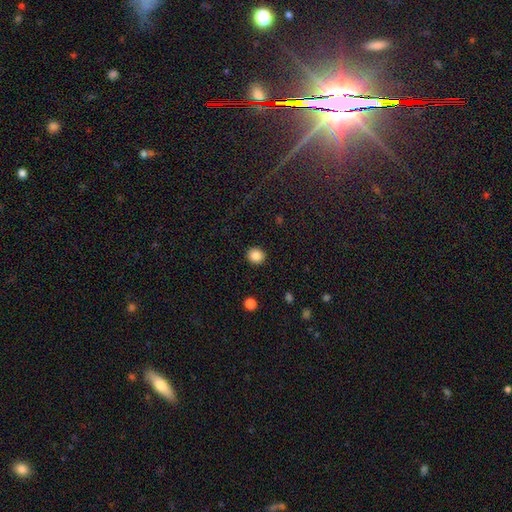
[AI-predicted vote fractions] Overall: smooth (86%). How rounded: round (88%). Merging: none (92%).